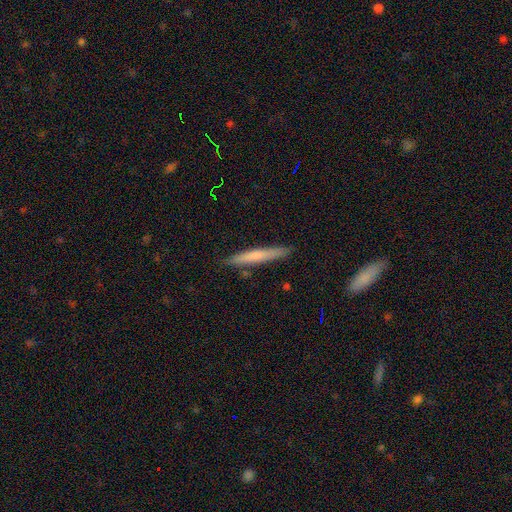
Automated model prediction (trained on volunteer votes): Smooth or featured: smooth — 63% (featured or disk — 31%)
How rounded: cigar-shaped — 96% (in between — 3%)
Merging: none — 87% (minor disturbance — 9%)